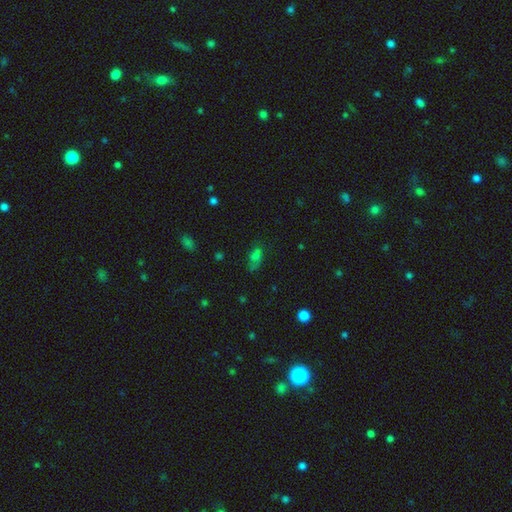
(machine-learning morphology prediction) smooth-or-featured: smooth: 59% | star or artifact: 26% | featured or disk: 15%
  how-rounded: in between: 80% | cigar-shaped: 10% | round: 9%
  merging: none: 52% | minor disturbance: 26% | major disturbance: 17% | merger: 4%